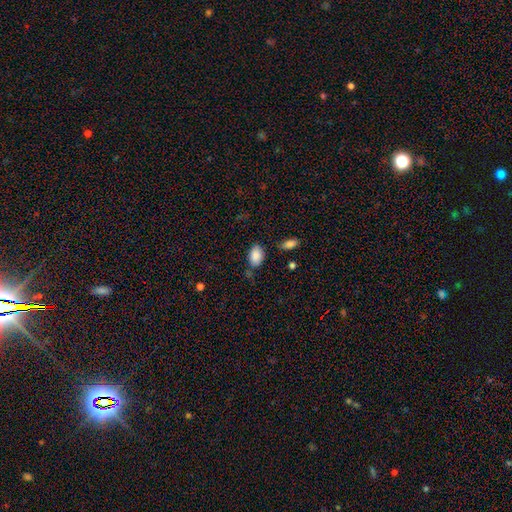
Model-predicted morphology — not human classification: Smooth or featured: smooth — 87% (star or artifact — 8%)
How rounded: in between — 86% (round — 13%)
Merging: none — 64% (minor disturbance — 23%)